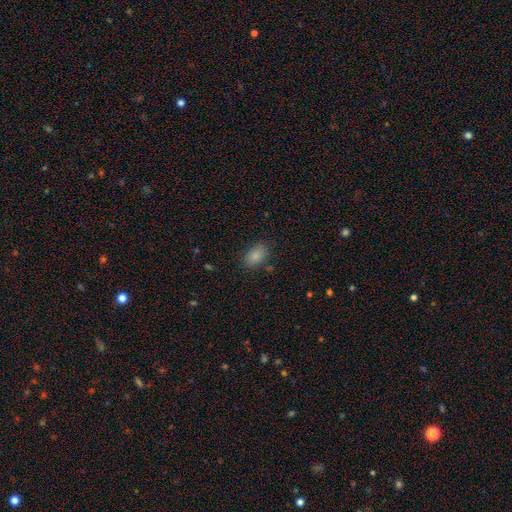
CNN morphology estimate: Overall: smooth (85%). How rounded: in between (87%). Merging: none (82%).